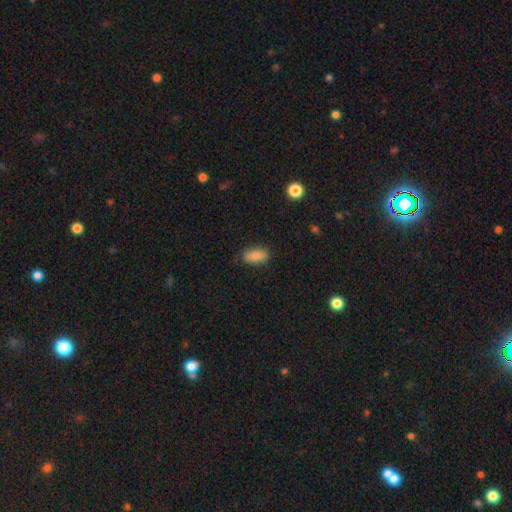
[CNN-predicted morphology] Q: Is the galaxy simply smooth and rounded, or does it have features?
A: smooth — 82%.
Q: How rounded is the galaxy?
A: in between — 88%.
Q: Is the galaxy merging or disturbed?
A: none — 81%.